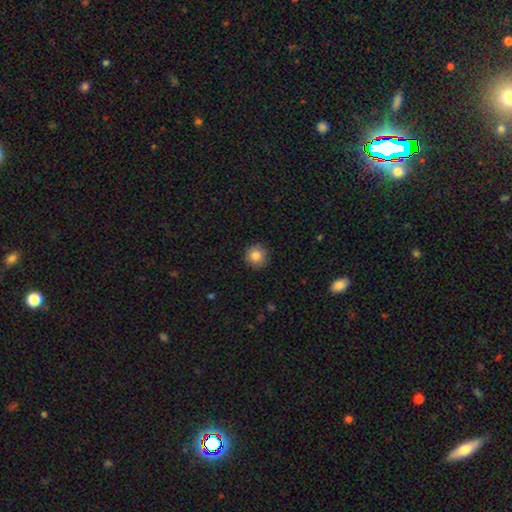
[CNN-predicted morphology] type=smooth (84%); roundness=round (93%); merging=none (89%).